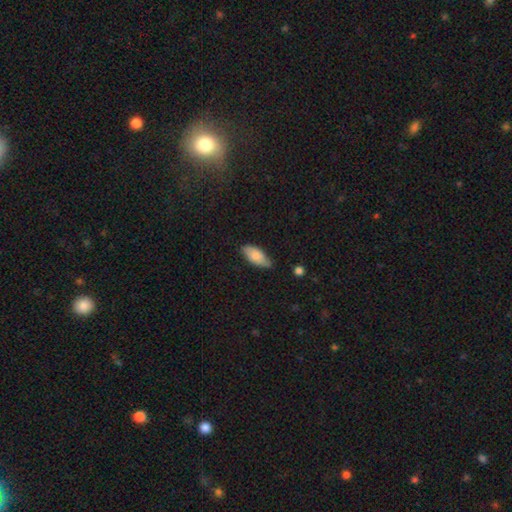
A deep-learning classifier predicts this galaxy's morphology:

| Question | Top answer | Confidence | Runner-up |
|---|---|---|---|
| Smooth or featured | smooth | 80% | featured or disk (14%) |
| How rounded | in between | 87% | cigar-shaped (11%) |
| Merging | none | 73% | minor disturbance (23%) |